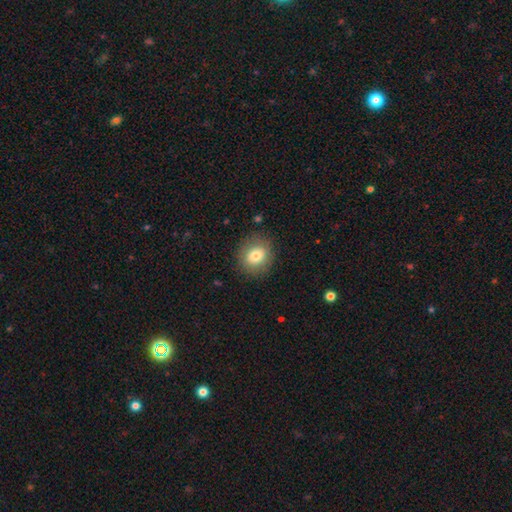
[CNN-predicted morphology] Smooth or featured? Predicted: smooth (p=0.79). How rounded? Predicted: round (p=0.72). Merging? Predicted: none (p=0.85).